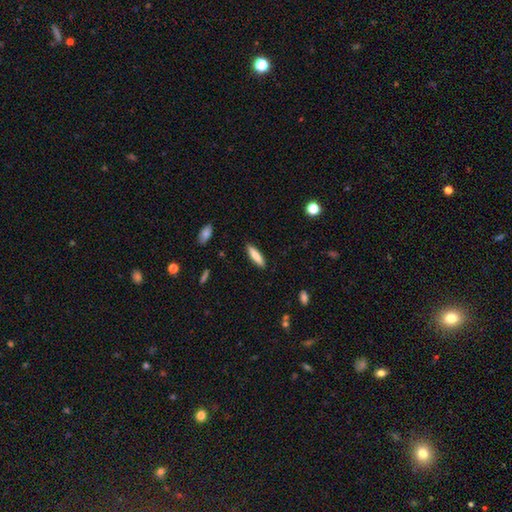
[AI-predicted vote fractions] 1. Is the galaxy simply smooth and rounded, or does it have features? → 78% smooth, 17% featured or disk, 6% star or artifact.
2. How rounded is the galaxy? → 74% cigar-shaped, 25% in between, 1% round.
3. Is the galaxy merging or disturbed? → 90% none, 7% minor disturbance, 2% major disturbance, 1% merger.